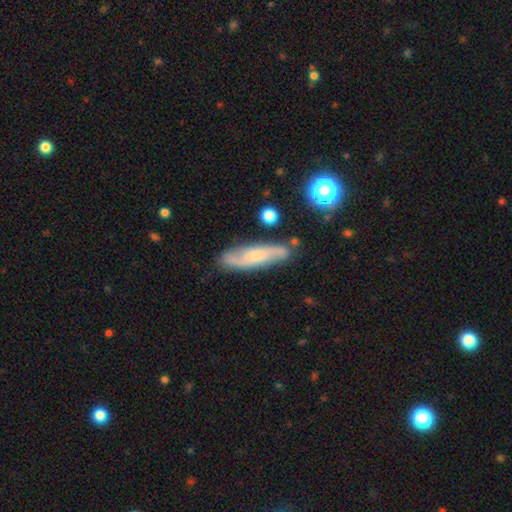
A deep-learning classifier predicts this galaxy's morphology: smooth_or_featured: featured or disk (p=0.59) [alt: smooth p=0.34]
disk_edge_on: no (p=0.71) [alt: yes p=0.29]
merging: none (p=0.78) [alt: minor disturbance p=0.15]